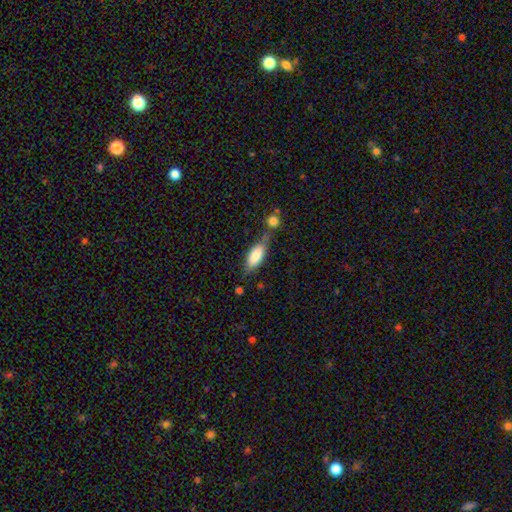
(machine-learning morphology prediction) Overall: smooth (79%). How rounded: in between (76%). Merging: none (54%; minor disturbance 20%).